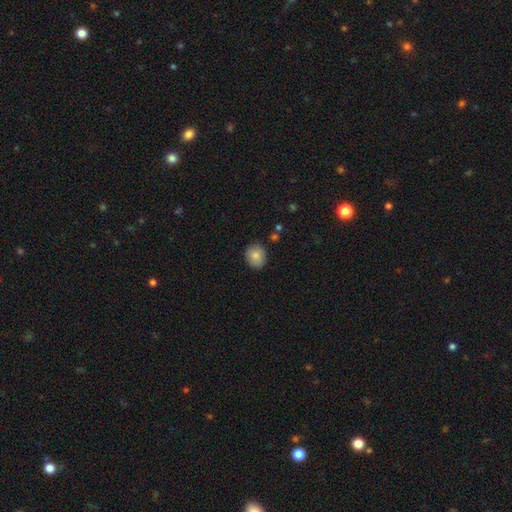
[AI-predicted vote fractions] Smooth or featured: smooth — 83% (featured or disk — 8%)
How rounded: round — 66% (in between — 33%)
Merging: none — 84% (minor disturbance — 12%)